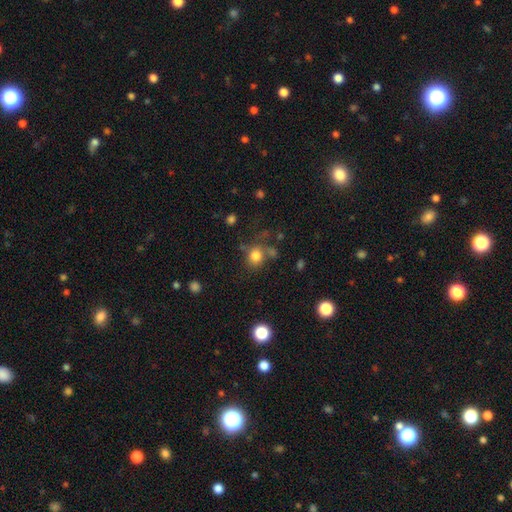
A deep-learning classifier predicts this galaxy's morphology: smooth_or_featured: smooth (p=0.79) [alt: star or artifact p=0.13]
how_rounded: round (p=0.78) [alt: in between p=0.21]
merging: none (p=0.63) [alt: minor disturbance p=0.15]